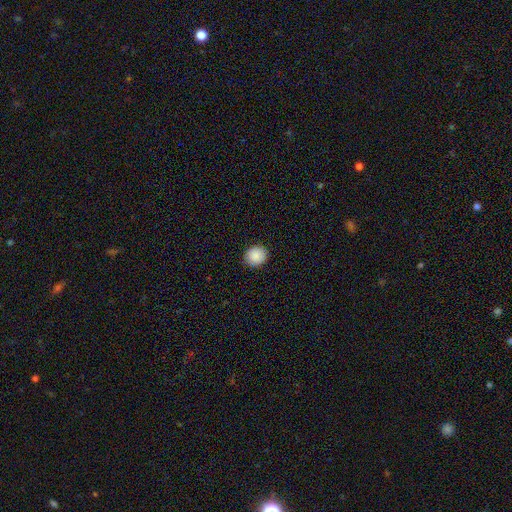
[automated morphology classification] This is clearly a smooth galaxy (89%). How rounded: clearly round (85%). Merging: clearly none (91%).